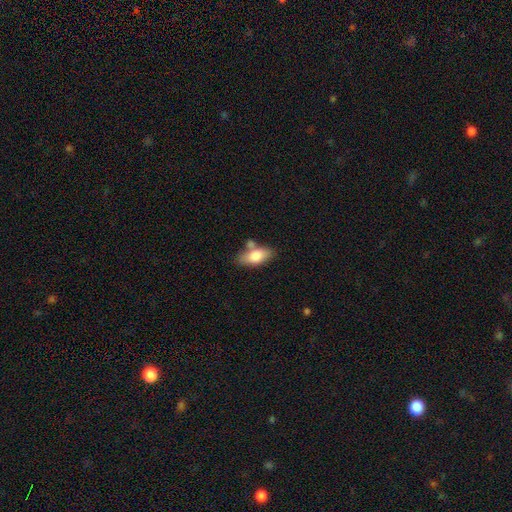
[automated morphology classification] The model was most divided on "merging": none: 56%, merger: 20%, minor disturbance: 18%, major disturbance: 5%. More confident: how rounded — in between (88%); smooth or featured — smooth (78%).